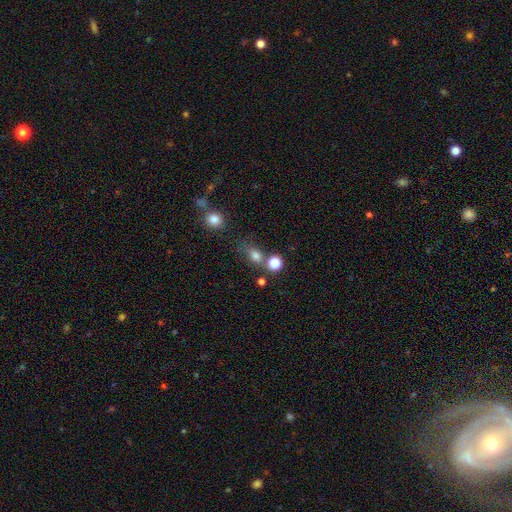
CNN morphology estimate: A smooth galaxy with no disk features (76%) that is round (52%). Merging: none (55%).